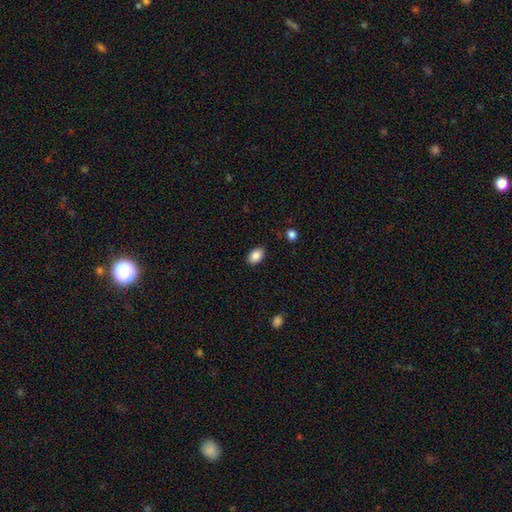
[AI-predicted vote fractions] This appears to be a smooth galaxy with no disk features (87%) that is in between round and cigar-shaped (88%). Merging: none (86%).